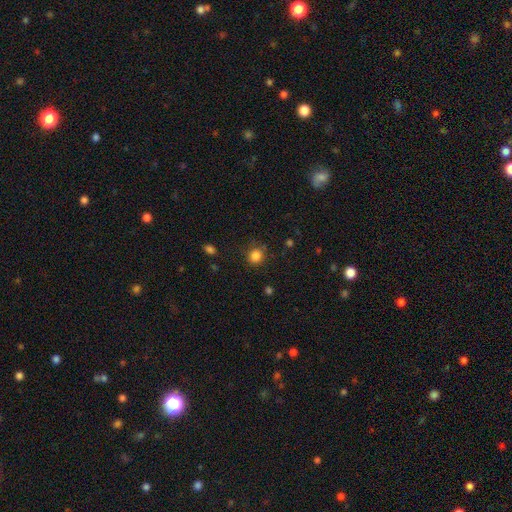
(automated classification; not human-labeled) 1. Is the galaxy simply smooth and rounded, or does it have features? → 83% smooth, 12% star or artifact, 4% featured or disk.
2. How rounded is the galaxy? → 84% round, 16% in between, 1% cigar-shaped.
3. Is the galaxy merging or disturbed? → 82% none, 12% minor disturbance, 4% major disturbance, 2% merger.